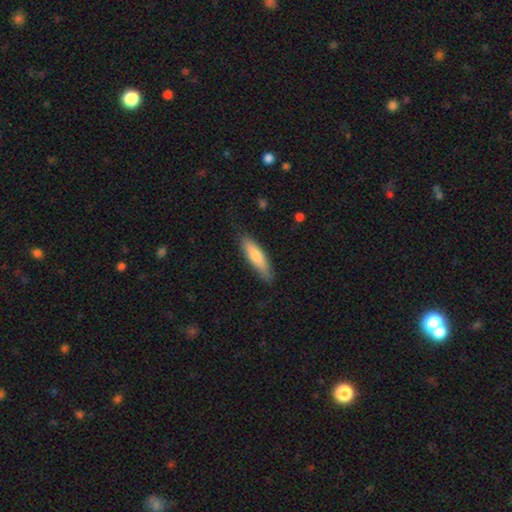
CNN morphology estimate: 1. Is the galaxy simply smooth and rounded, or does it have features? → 75% smooth, 20% featured or disk, 5% star or artifact.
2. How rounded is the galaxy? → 69% cigar-shaped, 30% in between, 1% round.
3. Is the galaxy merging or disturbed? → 82% none, 14% minor disturbance, 3% major disturbance, 1% merger.